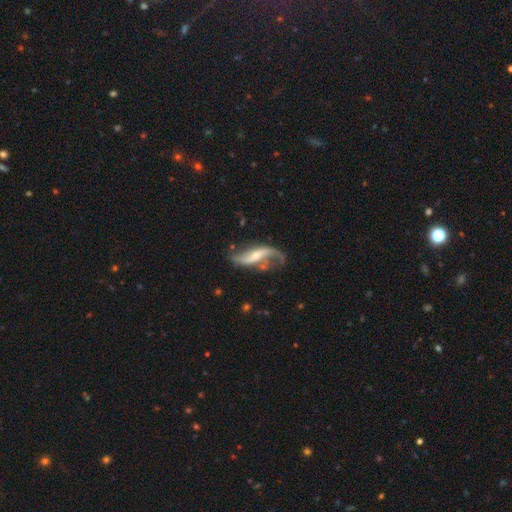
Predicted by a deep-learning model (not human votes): A featured or disk galaxy (86%) with a strong bar (35%, tied with weak), 2 (88%) loose (89%) spiral arms (94%) and a small central bulge (53%).

Vote fractions:
- Smooth or featured? featured or disk: 86% / smooth: 8% / star or artifact: 5%
- Edge-on disk? no: 91% / yes: 9%
- Bar? strong: 35% (tied) / weak: 35% (tied) / no: 30%
- Spiral arms? yes: 94% / no: 6%
- Spiral winding? loose: 89% / medium: 8% / tight: 3%
- Spiral arm count? 2: 88% / 1: 6% / can't tell: 2% / 3: 1% / 4: 1% / more than 4: 1%
- Bulge size? small: 53% / moderate: 41% / none: 3% / large: 3% / dominant: 1%
- Merging? none: 60% / minor disturbance: 20% / major disturbance: 15% / merger: 5%